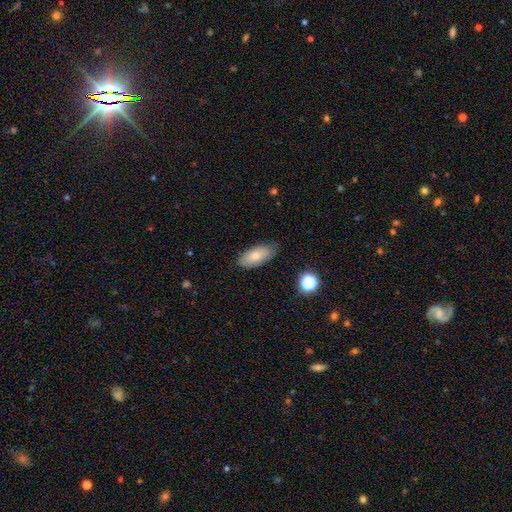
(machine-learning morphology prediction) This appears to be a smooth galaxy with no disk features (80%) that is in between round and cigar-shaped (89%). Merging: none (76%).